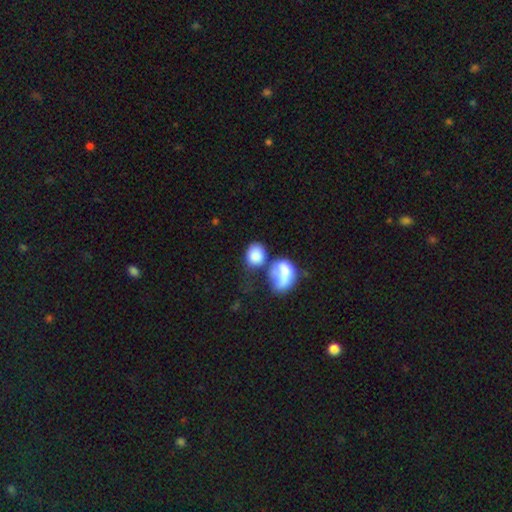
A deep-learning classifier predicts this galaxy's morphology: This is clearly a smooth galaxy (84%). How rounded: possibly in between (51%). Merging: marginally none (37%).